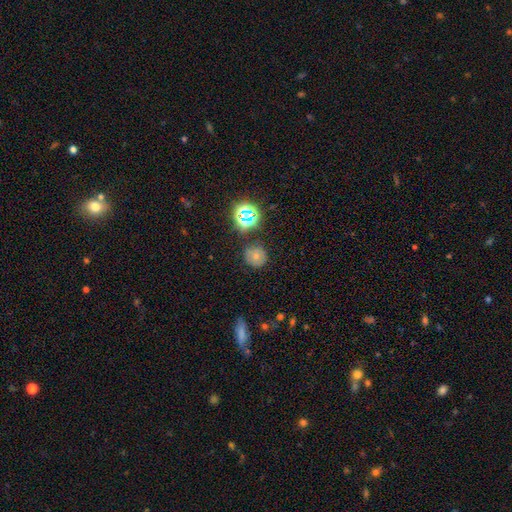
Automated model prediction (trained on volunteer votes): This is likely a smooth galaxy (61%). How rounded: clearly round (89%). Merging: likely none (80%).